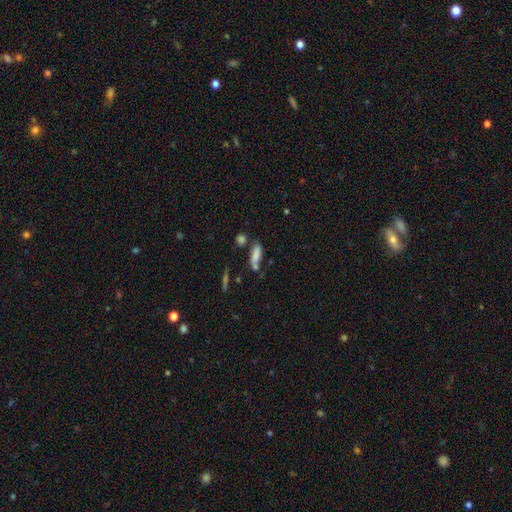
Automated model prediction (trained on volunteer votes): This appears to be a smooth galaxy with no disk features (77%) that is in between round and cigar-shaped (53%). Merging: none (54%).